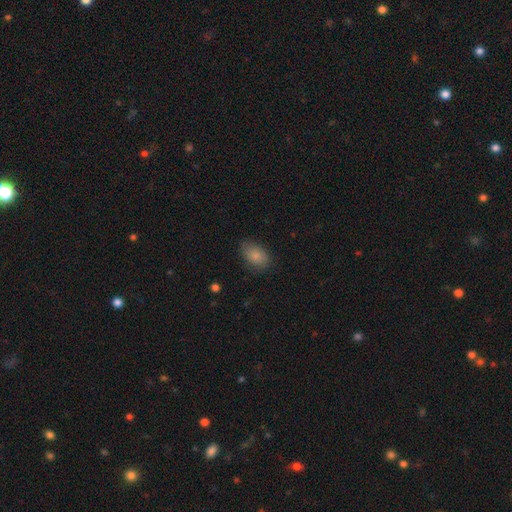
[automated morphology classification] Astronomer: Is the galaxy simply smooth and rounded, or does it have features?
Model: smooth — 83%.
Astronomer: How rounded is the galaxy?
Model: in between — 87%.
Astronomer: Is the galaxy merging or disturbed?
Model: none — 77%.